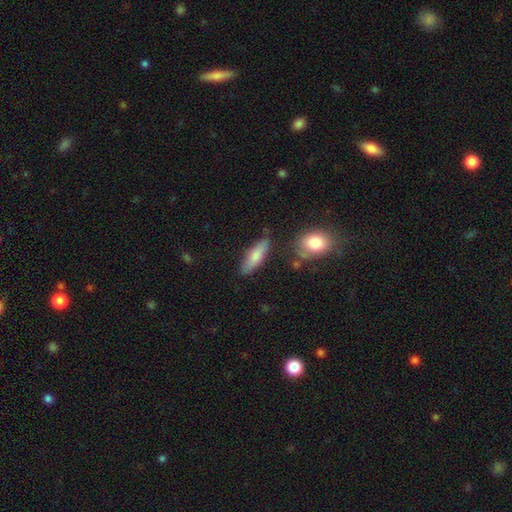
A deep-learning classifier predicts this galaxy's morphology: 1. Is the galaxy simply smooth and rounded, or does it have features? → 75% smooth, 19% featured or disk, 6% star or artifact.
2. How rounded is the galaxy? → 54% cigar-shaped, 44% in between, 2% round.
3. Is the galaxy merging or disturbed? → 78% none, 14% minor disturbance, 5% merger, 3% major disturbance.